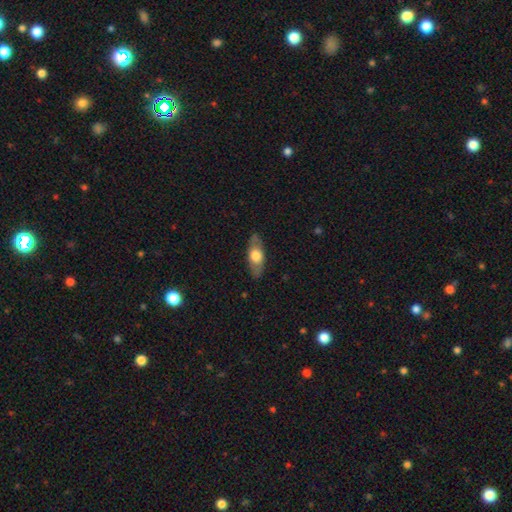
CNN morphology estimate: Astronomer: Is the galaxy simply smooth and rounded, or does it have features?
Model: smooth — 55% (runner-up: featured or disk, 40%).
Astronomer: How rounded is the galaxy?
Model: in between — 73%.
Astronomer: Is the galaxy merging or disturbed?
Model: none — 84%.